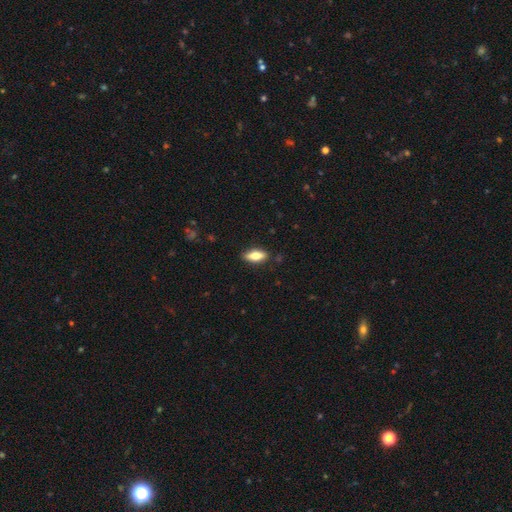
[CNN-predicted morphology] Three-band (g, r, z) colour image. It shows a smooth galaxy with no disk features (70%) that is in between round and cigar-shaped (75%). Merging: none (86%).